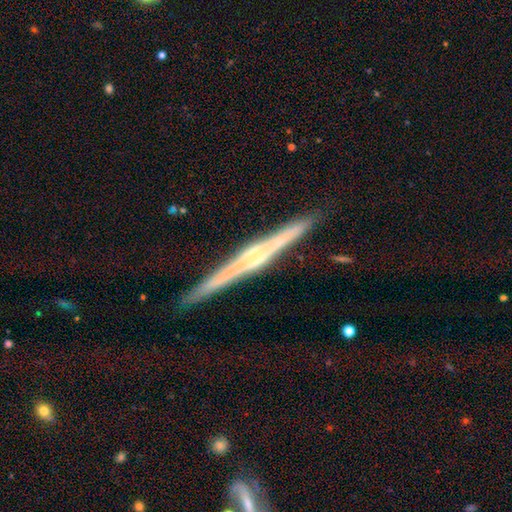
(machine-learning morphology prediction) Smooth or featured?
  - featured or disk: 79% *
  - smooth: 15%
  - star or artifact: 6%
Edge-on disk?
  - yes: 98% *
  - no: 2%
Edge-on bulge?
  - rounded: 42% *
  - boxy: 32%
  - none: 26%
Merging?
  - none: 89% *
  - minor disturbance: 8%
  - major disturbance: 2%
  - merger: 1%